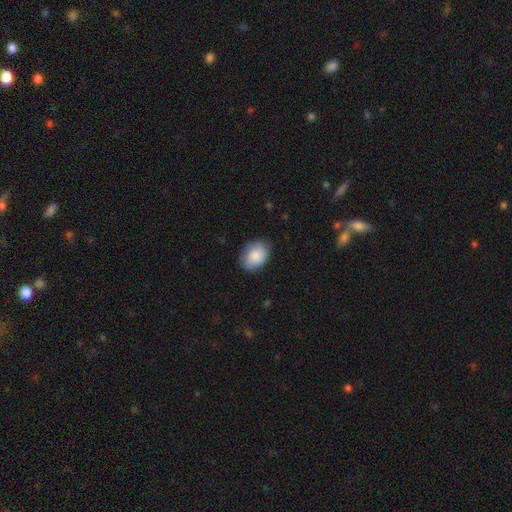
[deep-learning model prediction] smooth 87%, featured or disk 6%, star or artifact 6%. Down the decision tree: how rounded — in between (72%); merging — none (80%).